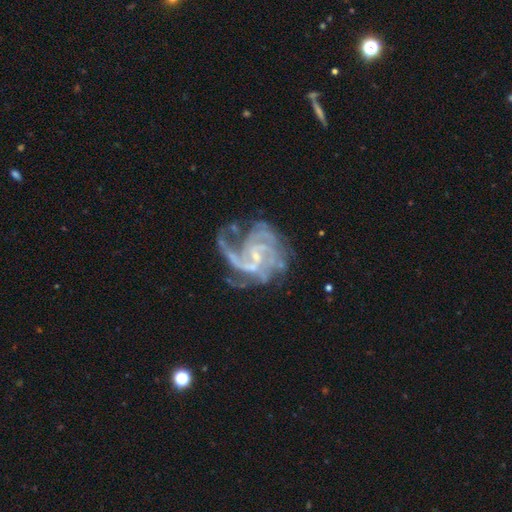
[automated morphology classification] A featured or disk galaxy (91%) with a weak bar (46%), 3 (28%) medium (50%) spiral arms (97%) and a small central bulge (76%). Merging: none (47%).